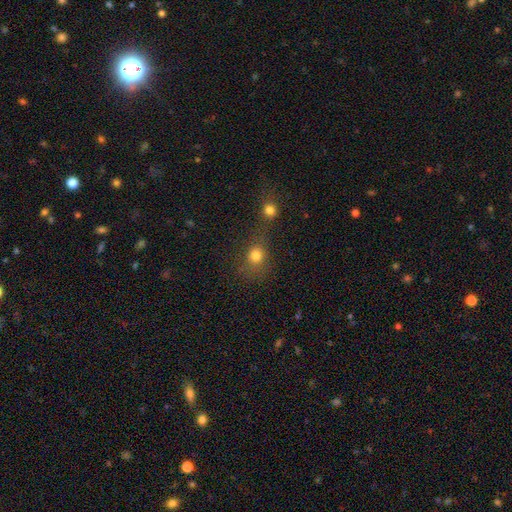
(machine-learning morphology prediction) A smooth galaxy with no disk features (77%) that is round (80%).

Vote fractions:
- Smooth or featured? smooth: 77% / star or artifact: 15% / featured or disk: 8%
- How rounded? round: 80% / in between: 18% / cigar-shaped: 1%
- Merging? none: 46% / merger: 37% / minor disturbance: 9% / major disturbance: 8%